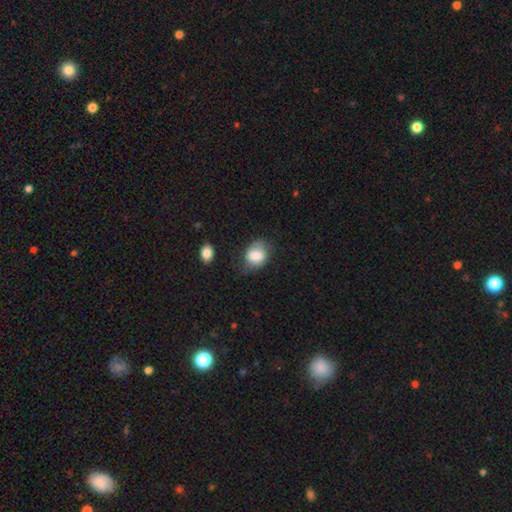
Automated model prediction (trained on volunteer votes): Q: Smooth or featured?
A: smooth (76%); runner-up: featured or disk (16%)
Q: How rounded?
A: in between (65%); runner-up: round (34%)
Q: Merging?
A: none (50%); runner-up: minor disturbance (33%)